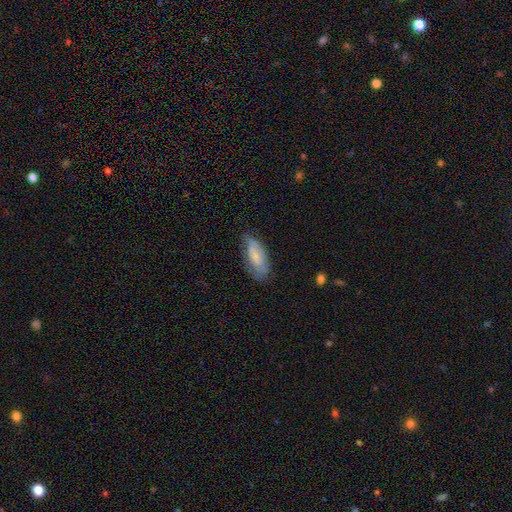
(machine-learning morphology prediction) Smooth or featured? Predicted: smooth (p=0.65). How rounded? Predicted: in between (p=0.83). Merging? Predicted: none (p=0.58).